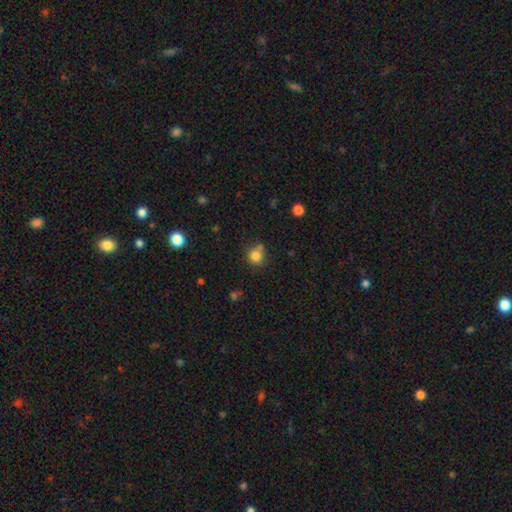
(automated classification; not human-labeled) A smooth galaxy with no disk features (82%) that is round (87%). Merging: none (62%).